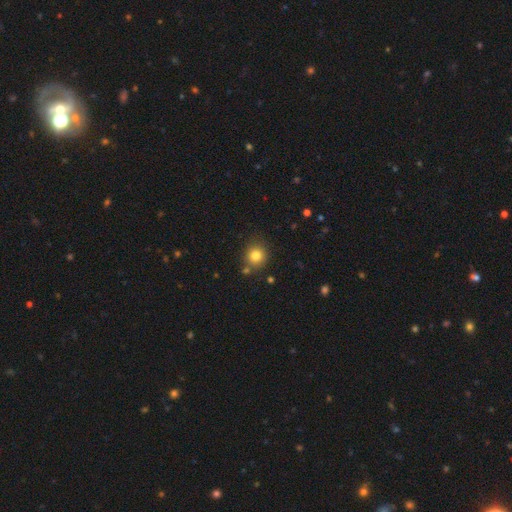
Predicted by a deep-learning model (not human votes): A smooth galaxy with no disk features (81%) that is round (87%). Merging: none (79%).